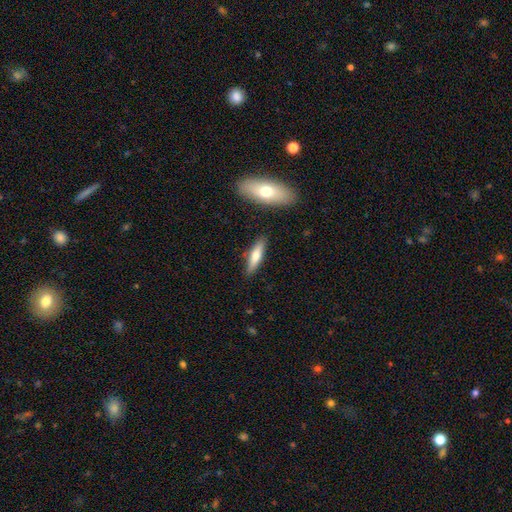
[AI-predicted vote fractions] Smooth or featured: smooth — 64% (featured or disk — 30%)
How rounded: cigar-shaped — 73% (in between — 26%)
Merging: none — 84% (minor disturbance — 10%)